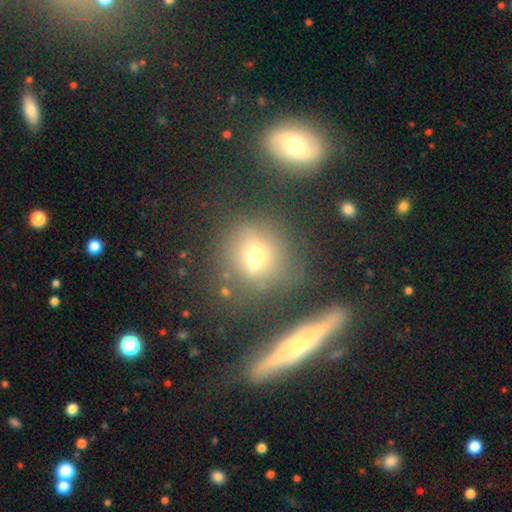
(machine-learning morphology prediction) The model was most divided on "smooth or featured": smooth: 56%, featured or disk: 26%, star or artifact: 18%. More confident: how rounded — round (75%); merging — none (66%).